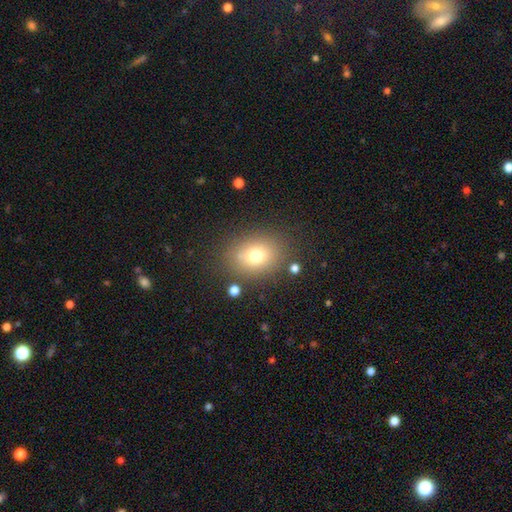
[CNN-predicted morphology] smooth 74%, star or artifact 13%, featured or disk 13%. Down the decision tree: how rounded — in between (56%); merging — none (79%).